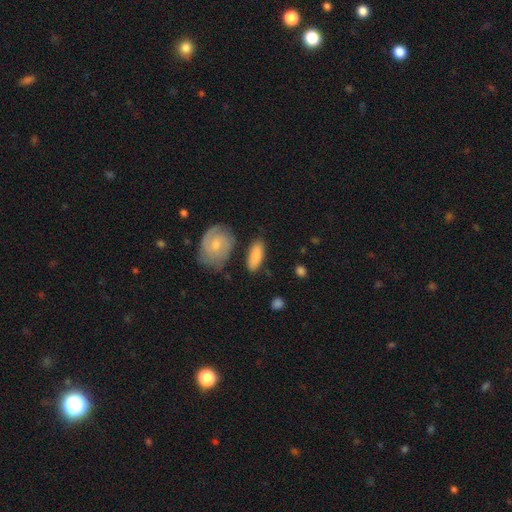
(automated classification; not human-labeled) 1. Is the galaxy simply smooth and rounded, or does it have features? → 79% smooth, 16% featured or disk, 6% star or artifact.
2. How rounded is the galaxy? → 74% in between, 22% cigar-shaped, 3% round.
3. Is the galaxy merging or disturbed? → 75% none, 15% minor disturbance, 6% merger, 4% major disturbance.